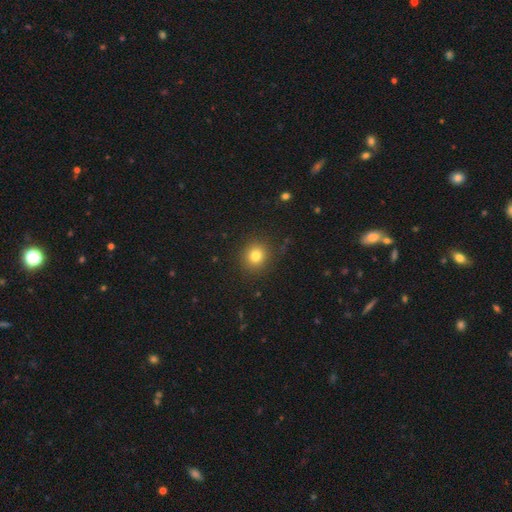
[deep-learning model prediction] Q: Smooth or featured?
A: smooth (80%); runner-up: star or artifact (13%)
Q: How rounded?
A: round (86%); runner-up: in between (13%)
Q: Merging?
A: none (87%); runner-up: minor disturbance (9%)